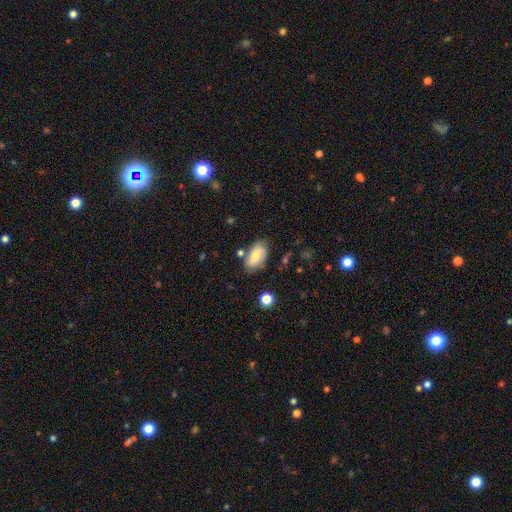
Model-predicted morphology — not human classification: smooth_or_featured: smooth (p=0.69) [alt: featured or disk p=0.23]
how_rounded: in between (p=0.91) [alt: round p=0.06]
merging: none (p=0.69) [alt: minor disturbance p=0.19]